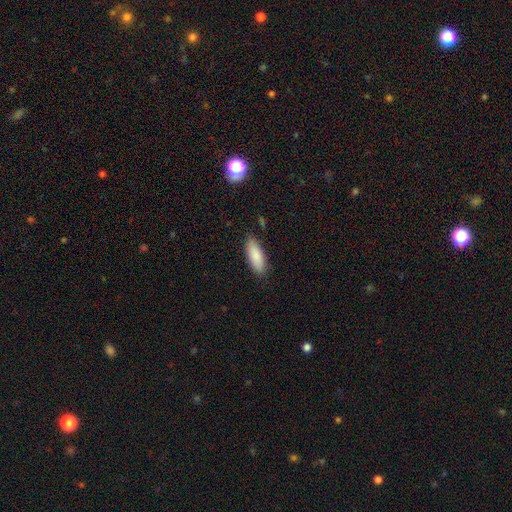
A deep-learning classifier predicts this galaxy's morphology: Smooth or featured: smooth — 88% (featured or disk — 6%)
How rounded: in between — 70% (cigar-shaped — 29%)
Merging: none — 86% (minor disturbance — 11%)